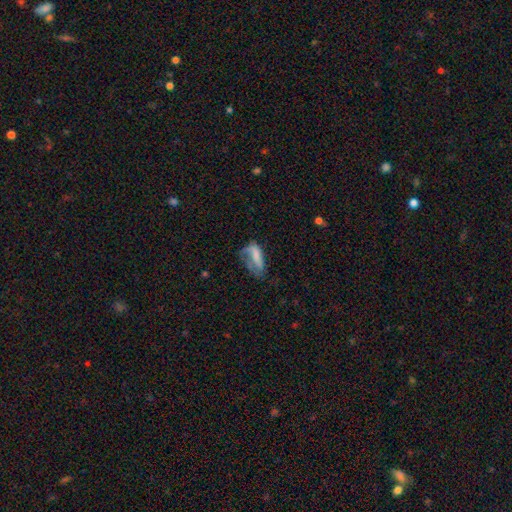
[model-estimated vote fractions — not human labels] Q: Smooth or featured?
A: smooth (56%); runner-up: featured or disk (35%)
Q: How rounded?
A: in between (76%); runner-up: cigar-shaped (21%)
Q: Merging?
A: major disturbance (44%); runner-up: none (26%)